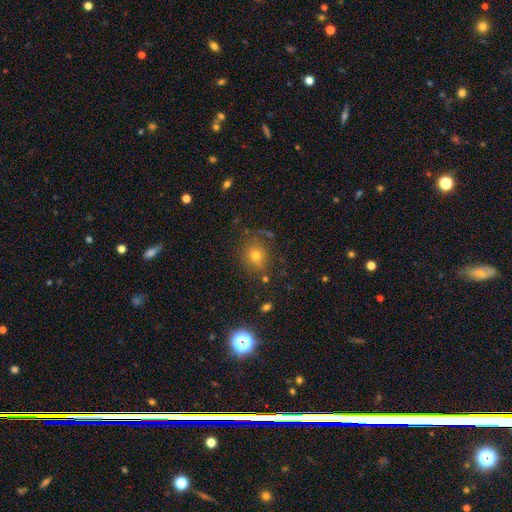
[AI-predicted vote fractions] smooth-or-featured: smooth: 69% | star or artifact: 20% | featured or disk: 11%
  how-rounded: round: 75% | in between: 24% | cigar-shaped: 1%
  merging: none: 75% | minor disturbance: 15% | major disturbance: 6% | merger: 5%